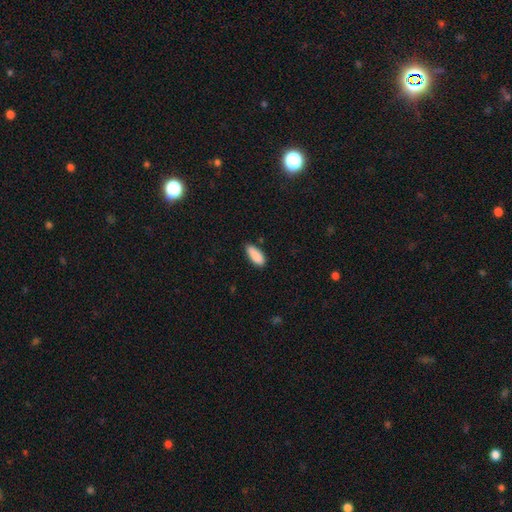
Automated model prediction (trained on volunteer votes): Q: Smooth or featured?
A: smooth (89%); runner-up: star or artifact (6%)
Q: How rounded?
A: in between (76%); runner-up: cigar-shaped (23%)
Q: Merging?
A: none (76%); runner-up: minor disturbance (19%)